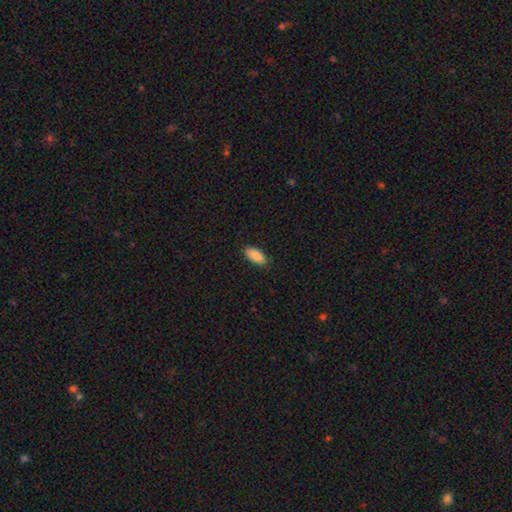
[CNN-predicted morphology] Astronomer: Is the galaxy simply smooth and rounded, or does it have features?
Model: smooth — 89%.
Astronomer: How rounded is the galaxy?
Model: in between — 90%.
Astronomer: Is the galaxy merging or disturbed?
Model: none — 88%.